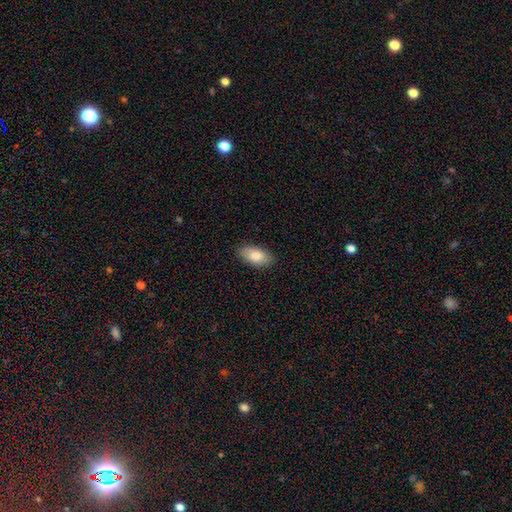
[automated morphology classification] Smooth or featured? smooth (83%)
How rounded? in between (93%)
Merging? none (87%)